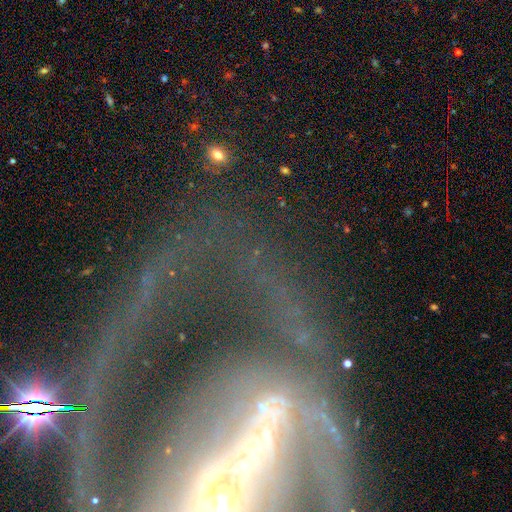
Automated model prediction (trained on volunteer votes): smooth_or_featured: featured or disk (p=0.74) [alt: star or artifact p=0.15]
disk_edge_on: no (p=0.86) [alt: yes p=0.14]
bar: strong (p=0.55) [alt: no p=0.24]
has_spiral_arms: yes (p=0.66) [alt: no p=0.34]
bulge_size: moderate (p=0.39) [alt: small p=0.30]
merging: none (p=0.42) [alt: major disturbance p=0.36]